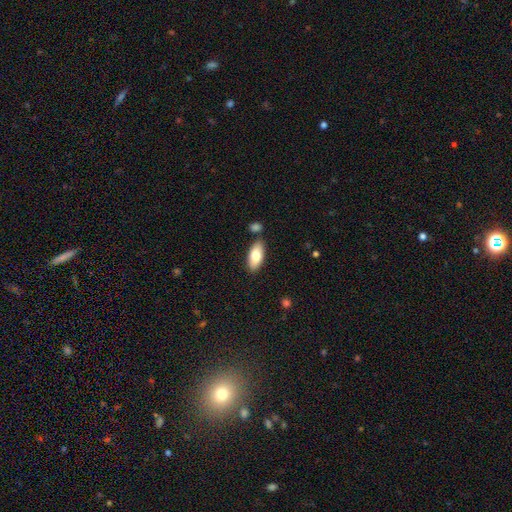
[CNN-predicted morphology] A smooth galaxy with no disk features (79%) that is in between round and cigar-shaped (87%).

Vote fractions:
- Smooth or featured? smooth: 79% / featured or disk: 15% / star or artifact: 6%
- How rounded? in between: 87% / cigar-shaped: 11% / round: 2%
- Merging? none: 81% / minor disturbance: 11% / merger: 6% / major disturbance: 2%